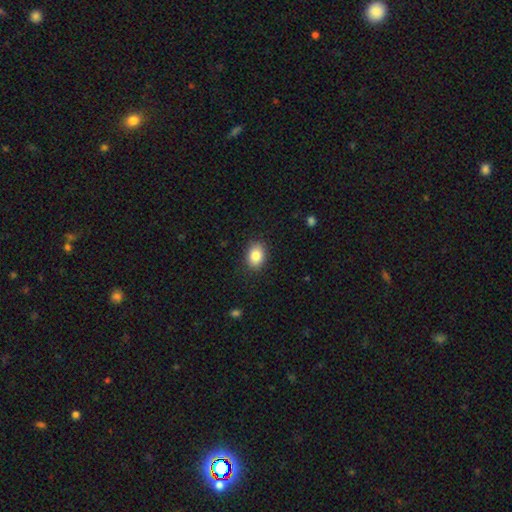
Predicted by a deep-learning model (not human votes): smooth 85%, star or artifact 8%, featured or disk 7%. Down the decision tree: how rounded — in between (70%); merging — none (87%).